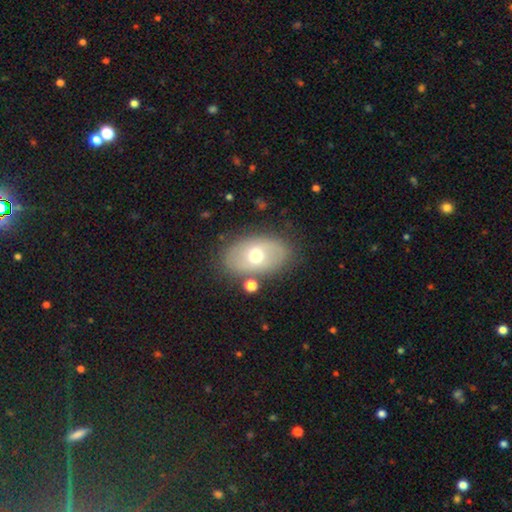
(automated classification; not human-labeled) The model was most divided on "smooth or featured": smooth: 55%, featured or disk: 37%, star or artifact: 8%. More confident: how rounded — in between (86%); merging — none (79%).